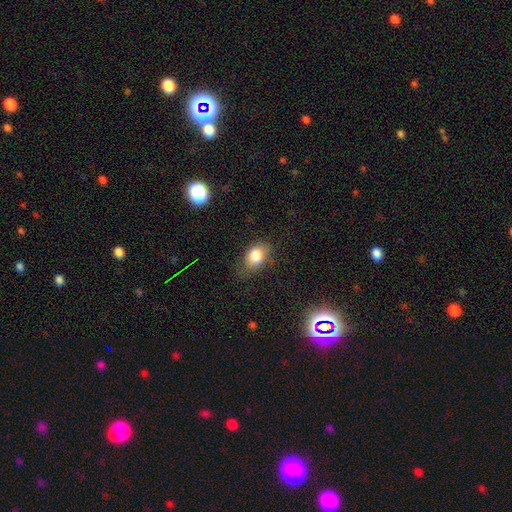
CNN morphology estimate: Smooth or featured? smooth (81%)
How rounded? in between (77%)
Merging? none (59%)